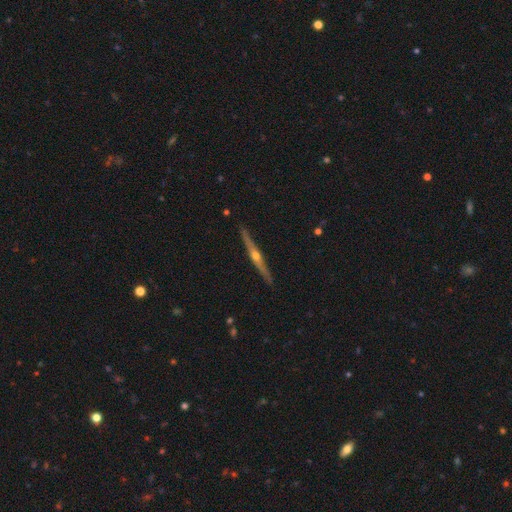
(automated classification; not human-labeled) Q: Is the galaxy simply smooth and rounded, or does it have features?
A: featured or disk — 84%.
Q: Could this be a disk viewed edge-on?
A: yes — 98%.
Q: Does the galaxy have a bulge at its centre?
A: rounded — 92%.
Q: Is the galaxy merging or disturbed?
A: none — 92%.